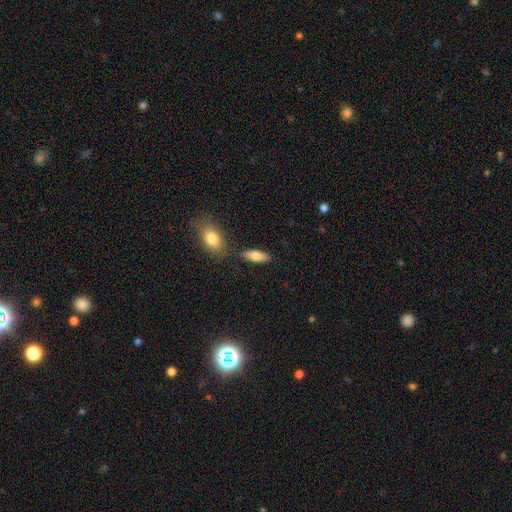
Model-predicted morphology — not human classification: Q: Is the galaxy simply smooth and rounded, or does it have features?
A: smooth — 79%.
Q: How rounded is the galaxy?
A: in between — 66%.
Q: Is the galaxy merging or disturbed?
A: none — 78%.